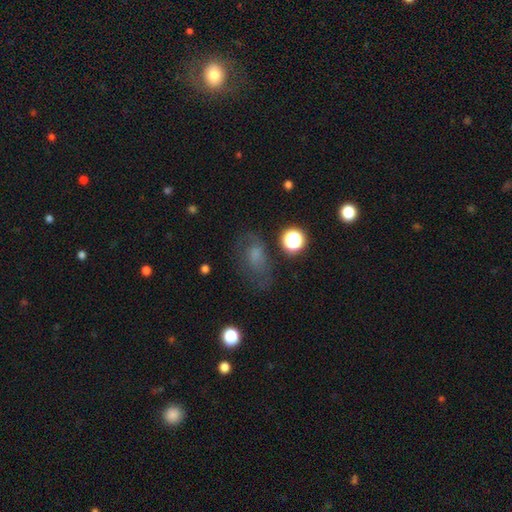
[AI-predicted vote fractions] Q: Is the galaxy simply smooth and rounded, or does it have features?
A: smooth — 51%.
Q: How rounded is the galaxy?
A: in between — 76%.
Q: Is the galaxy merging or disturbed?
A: none — 57%.